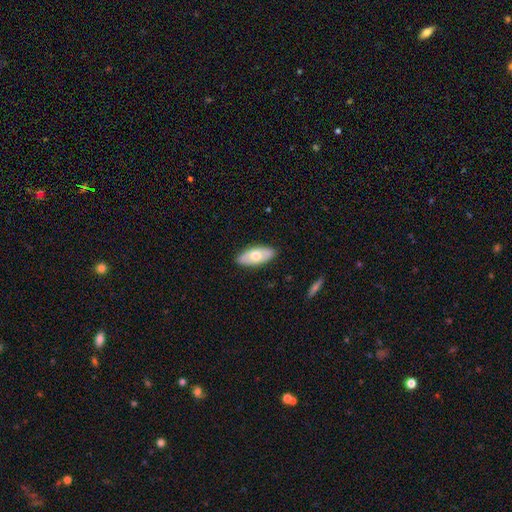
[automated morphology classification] Smooth or featured? smooth (60%)
How rounded? in between (89%)
Merging? none (87%)